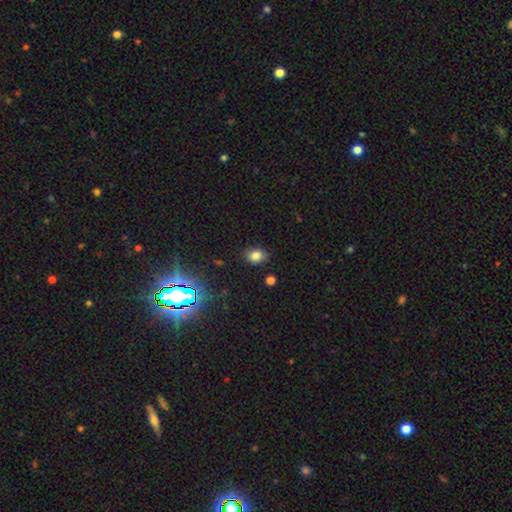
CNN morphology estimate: The model was most divided on "how rounded": in between: 66%, round: 33%, cigar-shaped: 1%. More confident: merging — none (83%); smooth or featured — smooth (80%).